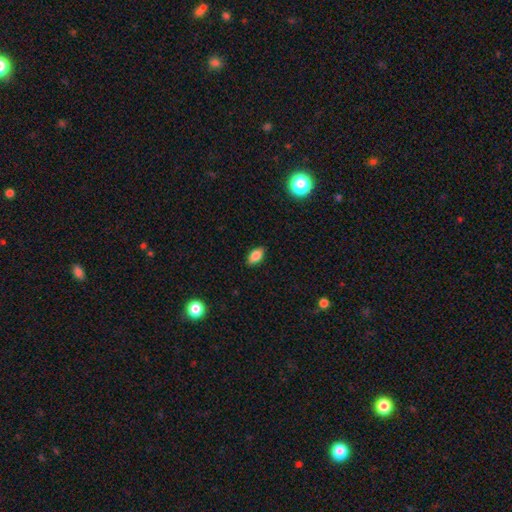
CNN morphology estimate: A smooth galaxy with no disk features (84%) that is in between round and cigar-shaped (89%). Merging: none (87%).